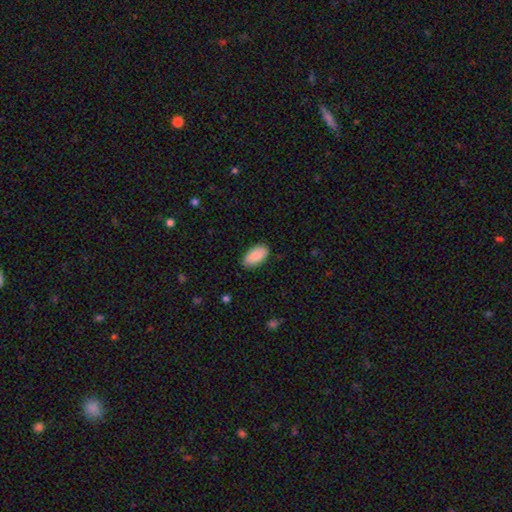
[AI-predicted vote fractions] A smooth galaxy with no disk features (89%) that is in between round and cigar-shaped (95%). Merging: none (85%).